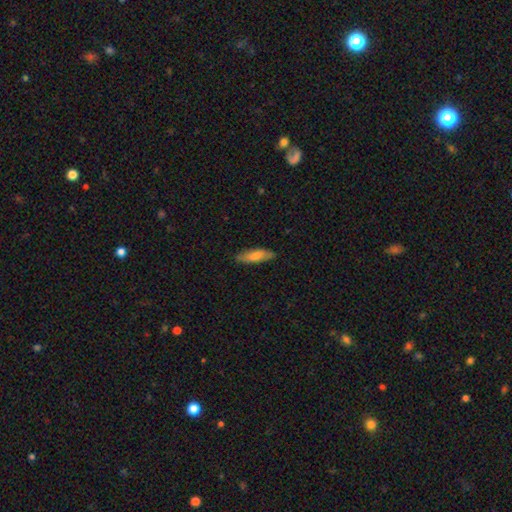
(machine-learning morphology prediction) smooth 75%, featured or disk 19%, star or artifact 6%. Down the decision tree: how rounded — cigar-shaped (53%); merging — none (84%).